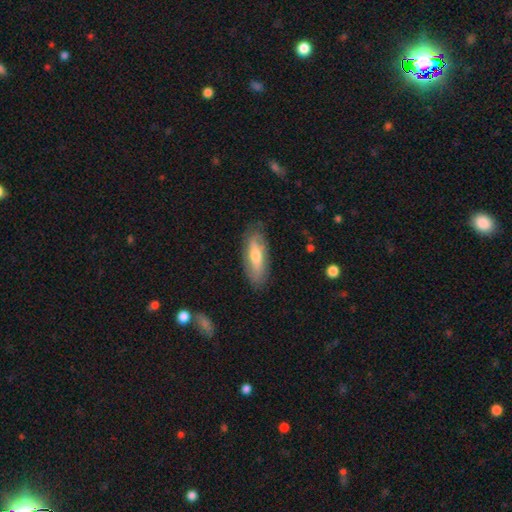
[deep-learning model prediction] This appears to be a featured or disk galaxy (49%). Merging: none (81%).